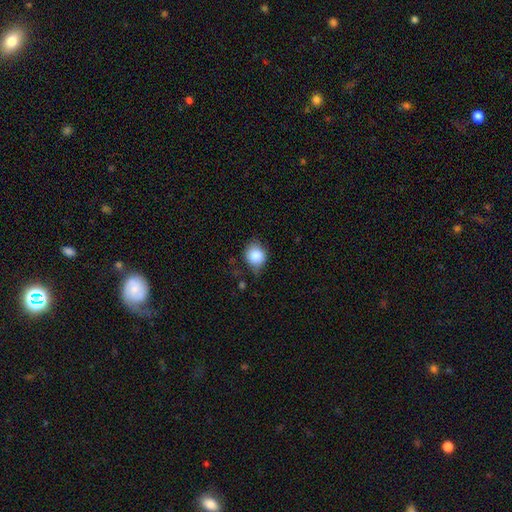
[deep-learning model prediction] smooth 86%, star or artifact 8%, featured or disk 6%. Down the decision tree: how rounded — round (74%); merging — none (58%).